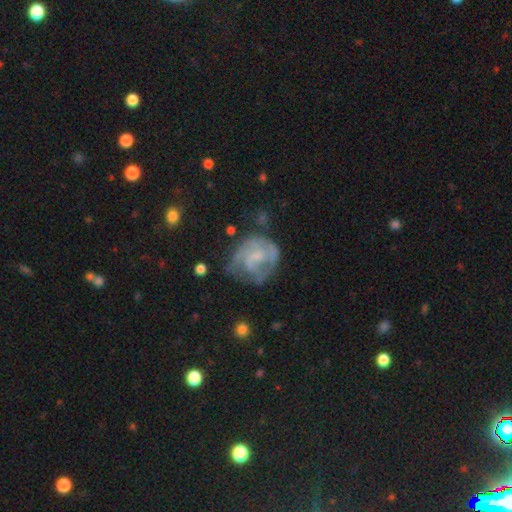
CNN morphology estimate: type=featured or disk (67%); edge-on=no (98%); bar=no (55%); spiral arms=yes (75%); bulge=small (40%); merging=none (49%).